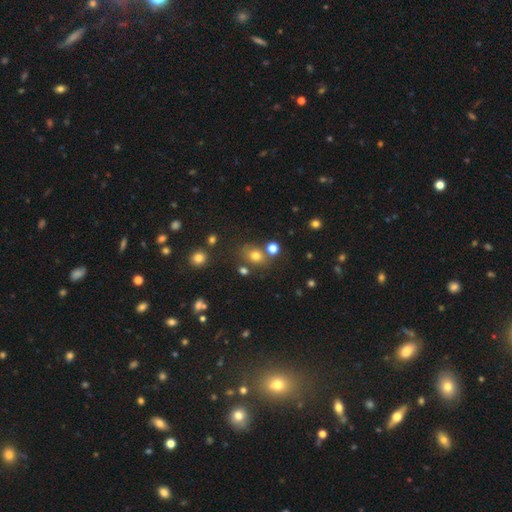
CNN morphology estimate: Smooth or featured? smooth (74%)
How rounded? round (54%)
Merging? none (70%)